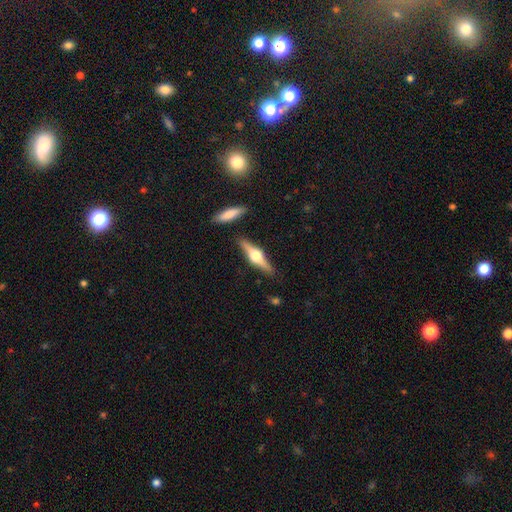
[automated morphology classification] Smooth or featured: featured or disk — 75% (smooth — 20%)
Edge-on disk: yes — 97% (no — 3%)
Edge-on bulge: rounded — 95% (boxy — 4%)
Merging: none — 86% (minor disturbance — 8%)